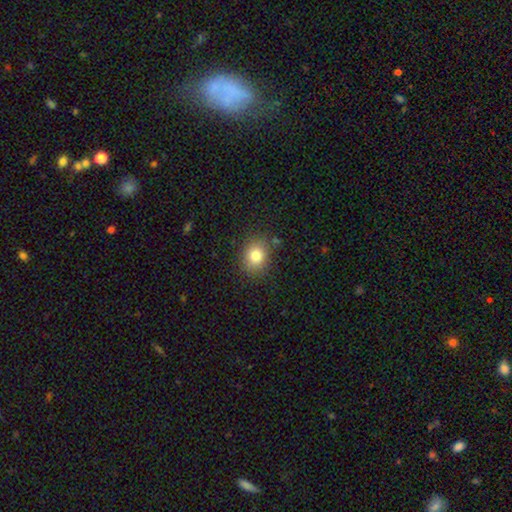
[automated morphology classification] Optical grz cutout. It shows a smooth galaxy with no disk features (81%) that is round (54%). Merging: none (83%).